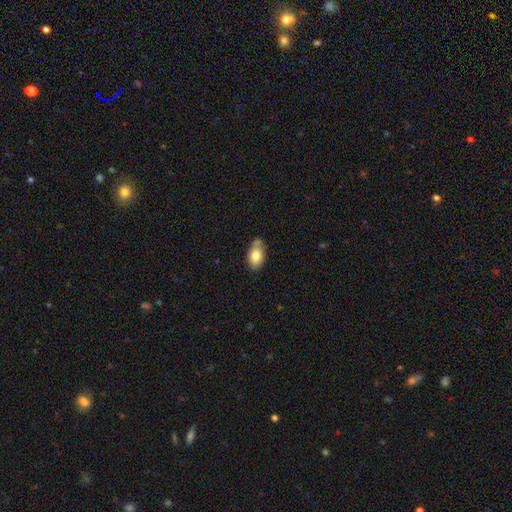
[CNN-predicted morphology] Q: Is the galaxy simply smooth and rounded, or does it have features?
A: smooth — 79%.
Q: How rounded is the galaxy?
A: in between — 90%.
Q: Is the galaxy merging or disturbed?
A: none — 63%.